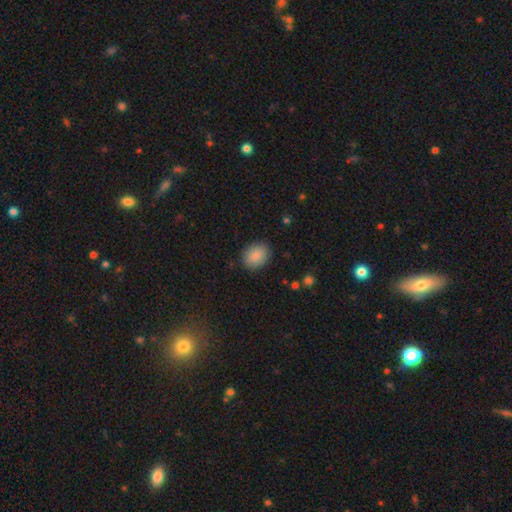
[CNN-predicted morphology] Smooth or featured: smooth — 87% (star or artifact — 7%)
How rounded: in between — 54% (round — 45%)
Merging: none — 87% (minor disturbance — 10%)